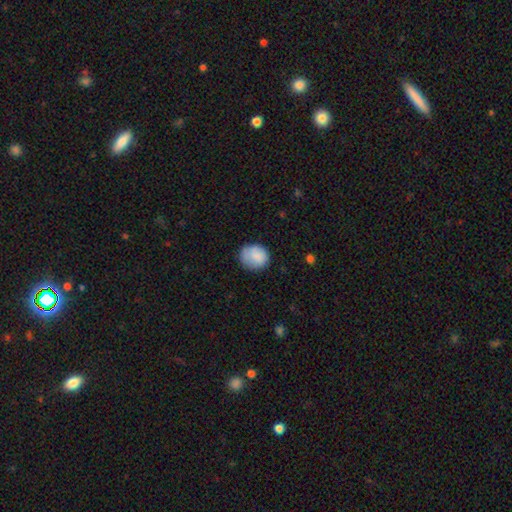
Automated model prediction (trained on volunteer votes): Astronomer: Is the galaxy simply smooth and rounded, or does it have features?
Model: smooth — 84%.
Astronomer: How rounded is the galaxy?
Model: round — 70%.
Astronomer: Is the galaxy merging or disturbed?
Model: none — 69%.